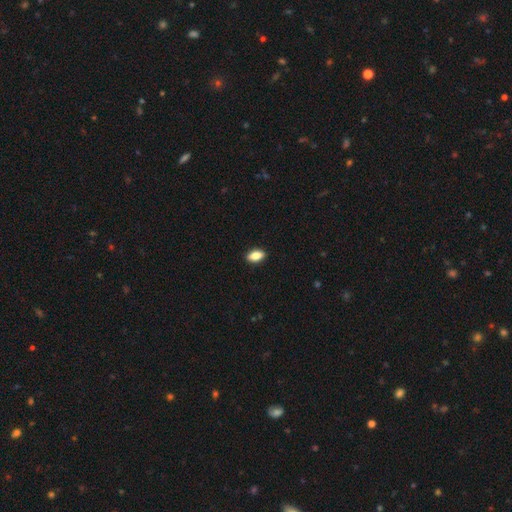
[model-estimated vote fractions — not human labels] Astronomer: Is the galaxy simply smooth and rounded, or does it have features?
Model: smooth — 82%.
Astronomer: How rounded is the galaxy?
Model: in between — 87%.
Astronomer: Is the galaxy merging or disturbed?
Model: none — 90%.